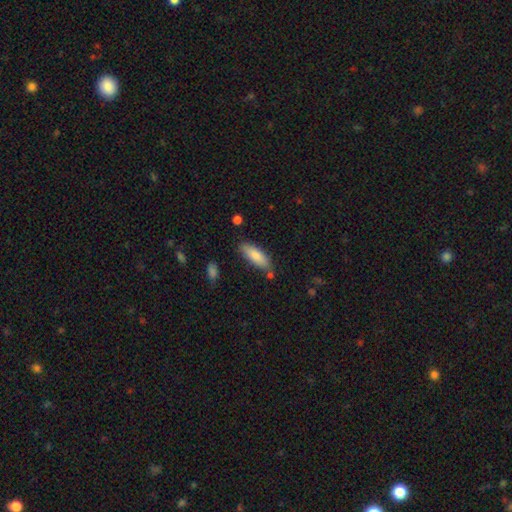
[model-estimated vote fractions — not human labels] A smooth galaxy with no disk features (83%) that is in between round and cigar-shaped (60%). Merging: none (77%).